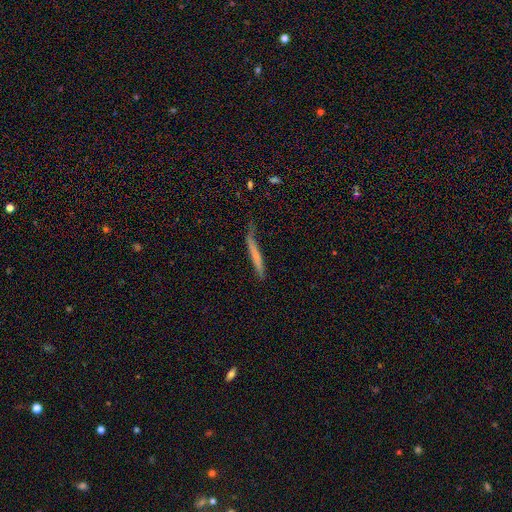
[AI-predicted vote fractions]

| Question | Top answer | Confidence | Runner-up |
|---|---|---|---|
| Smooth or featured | smooth | 52% | featured or disk (41%) |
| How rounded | cigar-shaped | 95% | in between (3%) |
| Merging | none | 60% | minor disturbance (28%) |